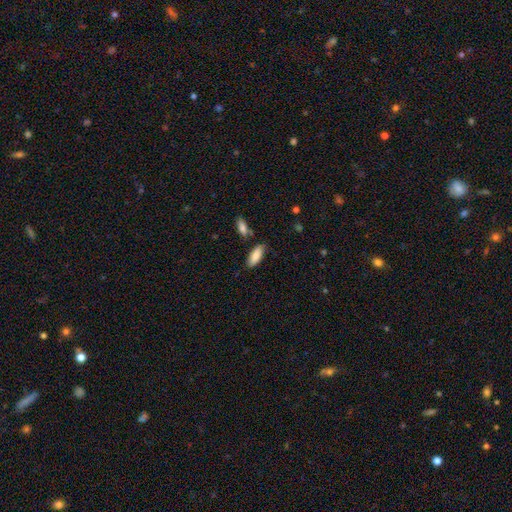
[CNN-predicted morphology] Smooth or featured? Predicted: smooth (p=0.85). How rounded? Predicted: in between (p=0.79). Merging? Predicted: none (p=0.78).